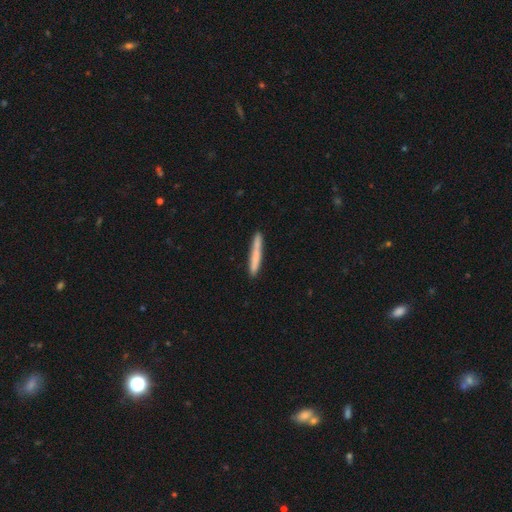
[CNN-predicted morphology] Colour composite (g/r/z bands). It shows a smooth galaxy with no disk features (72%) that is cigar-shaped (97%). Merging: none (87%).